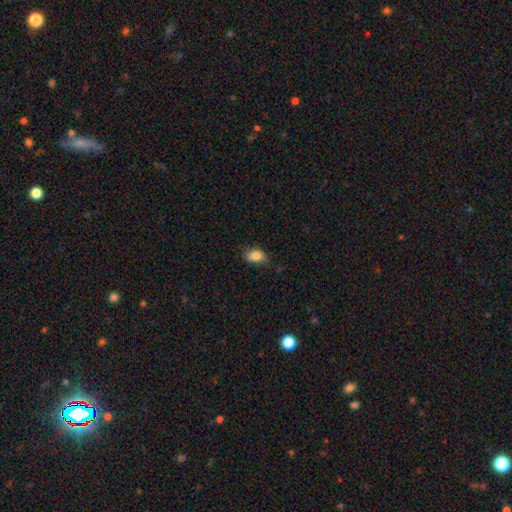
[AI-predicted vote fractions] smooth 85%, star or artifact 8%, featured or disk 7%. Down the decision tree: how rounded — in between (84%); merging — none (72%).